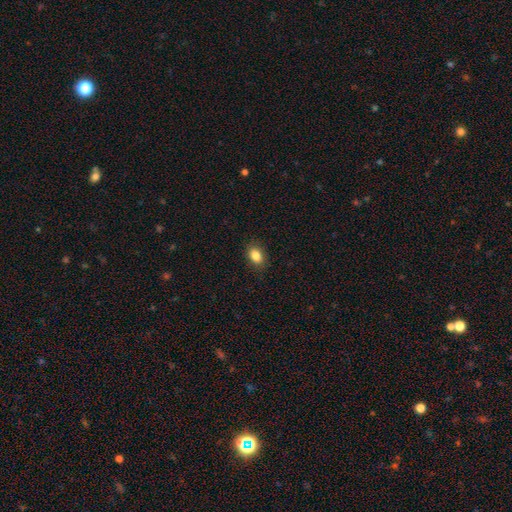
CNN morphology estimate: Overall: smooth (85%). How rounded: in between (77%). Merging: none (87%).